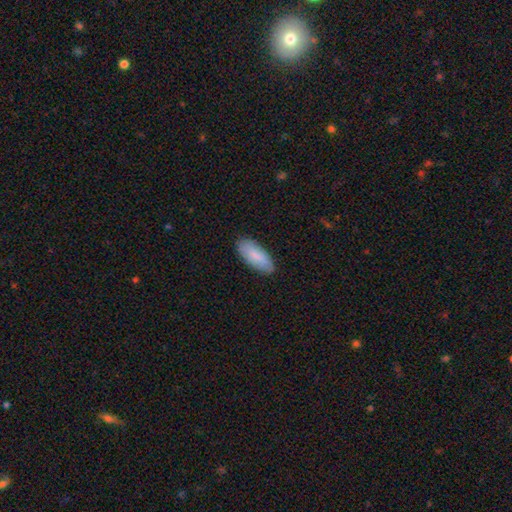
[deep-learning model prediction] Smooth or featured? smooth (83%)
How rounded? in between (81%)
Merging? none (84%)